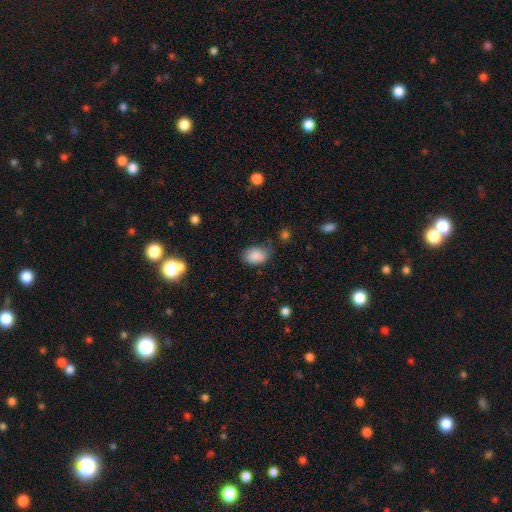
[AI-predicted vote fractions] Smooth or featured? Predicted: smooth (p=0.87). How rounded? Predicted: in between (p=0.78). Merging? Predicted: none (p=0.64).